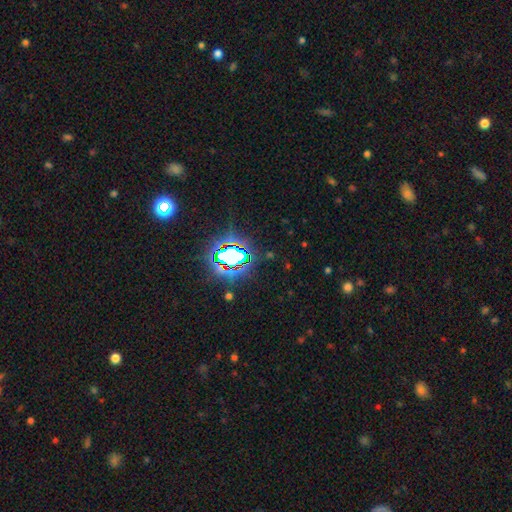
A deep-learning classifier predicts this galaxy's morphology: Q: Smooth or featured?
A: star or artifact (80%); runner-up: smooth (13%)